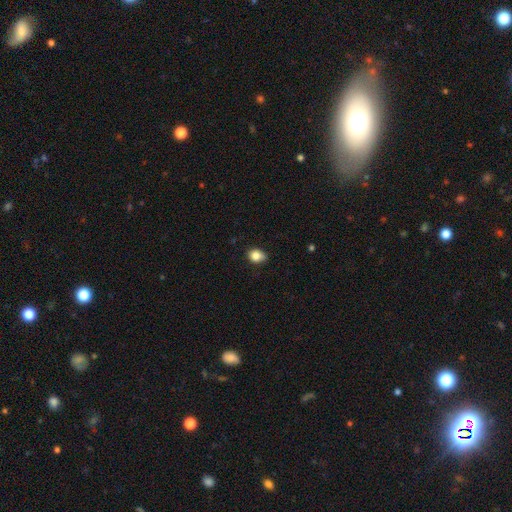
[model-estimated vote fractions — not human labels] smooth 84%, star or artifact 10%, featured or disk 6%. Down the decision tree: how rounded — round (51%); merging — none (70%).